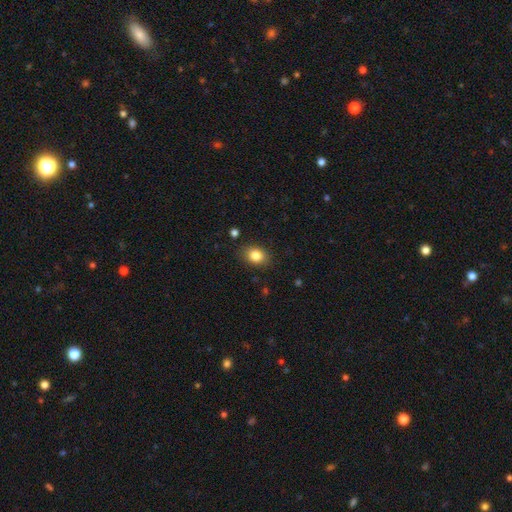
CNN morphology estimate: Overall: smooth (84%). How rounded: in between (63%; round 36%). Merging: none (85%).